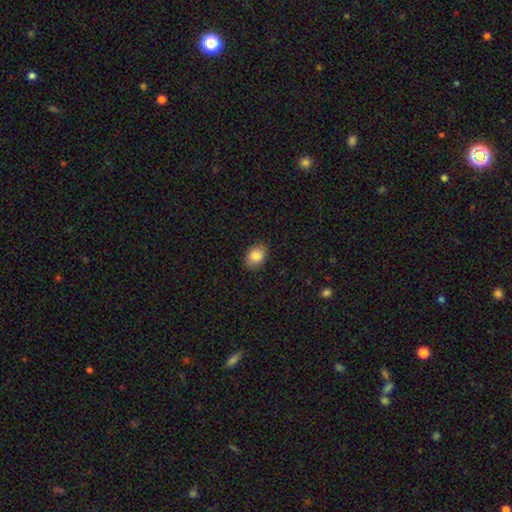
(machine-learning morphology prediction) A smooth galaxy with no disk features (86%) that is in between round and cigar-shaped (66%). Merging: none (87%).